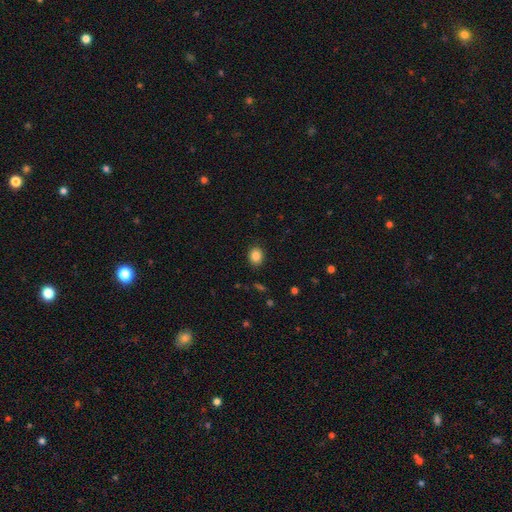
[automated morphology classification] A smooth galaxy with no disk features (86%) that is round (52%).

Vote fractions:
- Smooth or featured? smooth: 86% / star or artifact: 9% / featured or disk: 4%
- How rounded? round: 52% / in between: 47% / cigar-shaped: 1%
- Merging? none: 89% / minor disturbance: 8% / major disturbance: 2% / merger: 1%